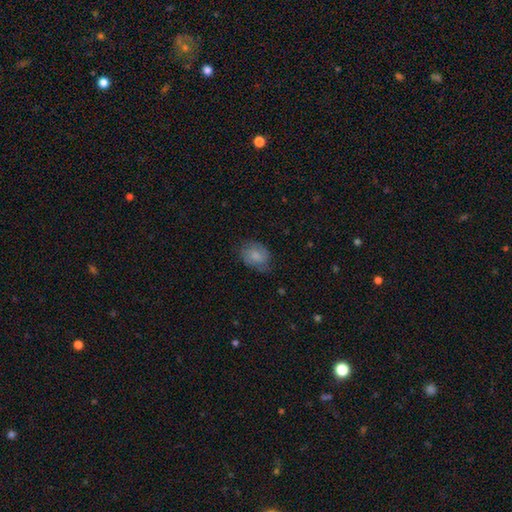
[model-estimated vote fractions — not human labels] smooth-or-featured: smooth: 69% | featured or disk: 23% | star or artifact: 8%
  how-rounded: in between: 68% | round: 30% | cigar-shaped: 1%
  merging: none: 65% | minor disturbance: 26% | major disturbance: 8% | merger: 1%